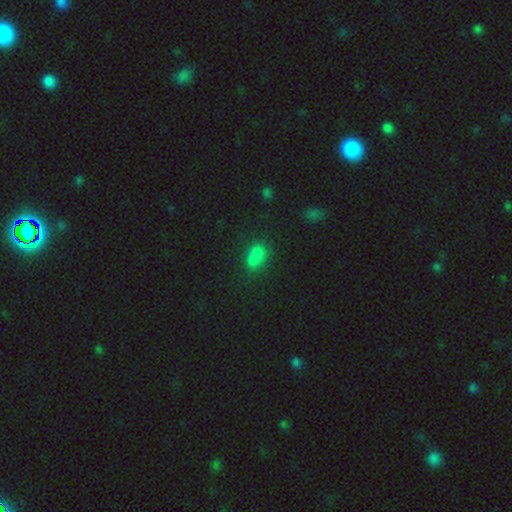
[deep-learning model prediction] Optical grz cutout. It shows a smooth galaxy with no disk features (70%) that is in between round and cigar-shaped (76%). Merging: none (49%).